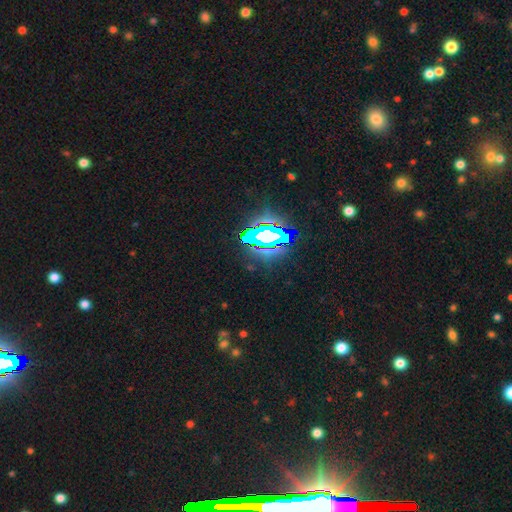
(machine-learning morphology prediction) Smooth or featured? star or artifact (77%)